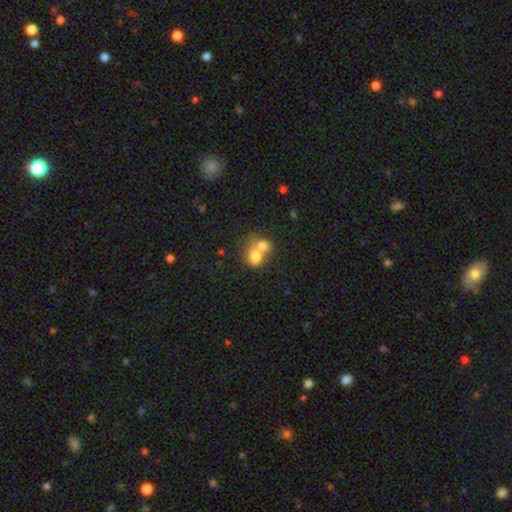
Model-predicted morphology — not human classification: Smooth or featured? smooth (71%)
How rounded? round (54%)
Merging? merger (72%)